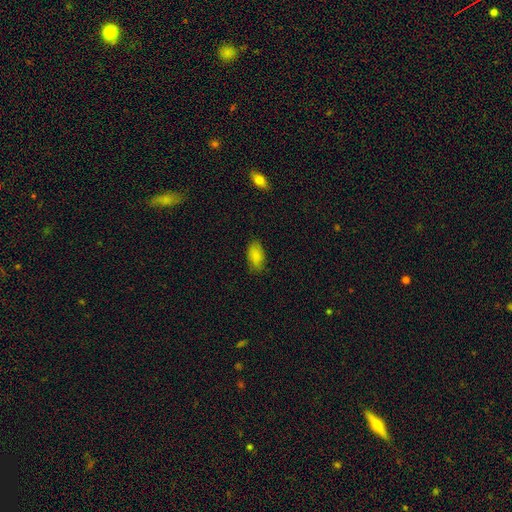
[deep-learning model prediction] Smooth or featured? smooth (84%)
How rounded? in between (92%)
Merging? none (81%)